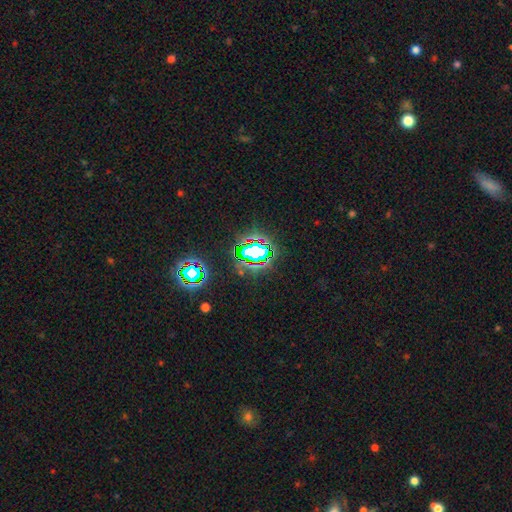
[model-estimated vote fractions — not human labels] Smooth or featured? star or artifact (67%)